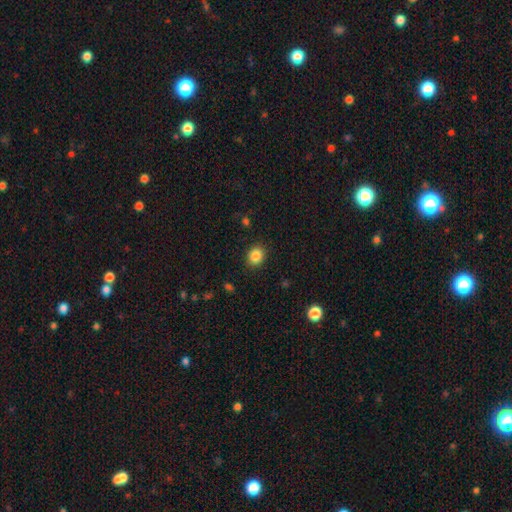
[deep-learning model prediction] This appears to be a smooth galaxy with no disk features (85%) that is round (58%). Merging: none (89%).